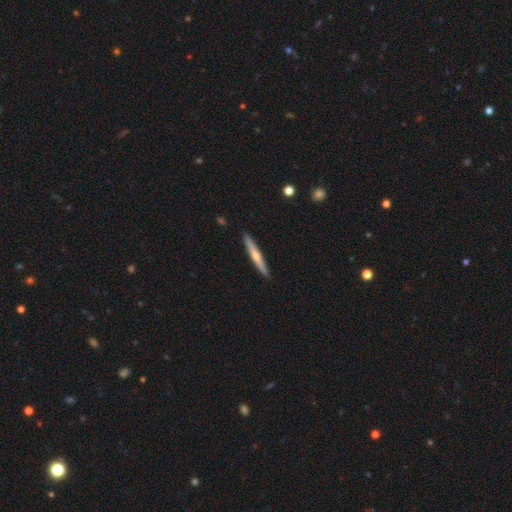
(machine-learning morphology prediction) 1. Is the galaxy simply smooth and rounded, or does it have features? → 56% featured or disk, 38% smooth, 6% star or artifact.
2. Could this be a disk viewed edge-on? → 96% yes, 4% no.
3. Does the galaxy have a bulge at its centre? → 77% rounded, 20% none, 3% boxy.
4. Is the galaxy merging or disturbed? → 92% none, 6% minor disturbance, 1% major disturbance, 1% merger.